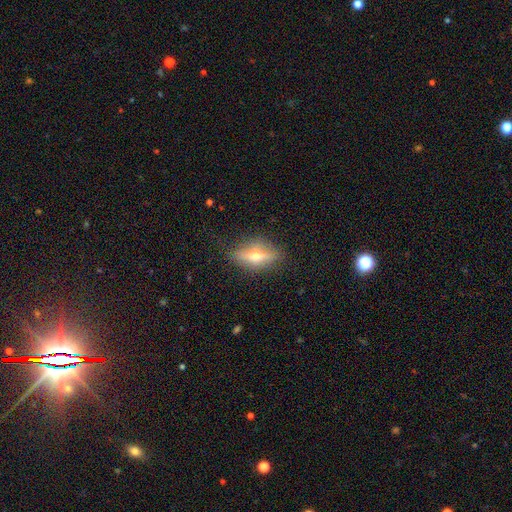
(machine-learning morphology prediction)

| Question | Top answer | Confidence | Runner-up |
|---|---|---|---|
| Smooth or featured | featured or disk | 61% | smooth (30%) |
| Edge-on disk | yes | 85% | no (15%) |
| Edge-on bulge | rounded | 94% | boxy (3%) |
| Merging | none | 80% | minor disturbance (14%) |